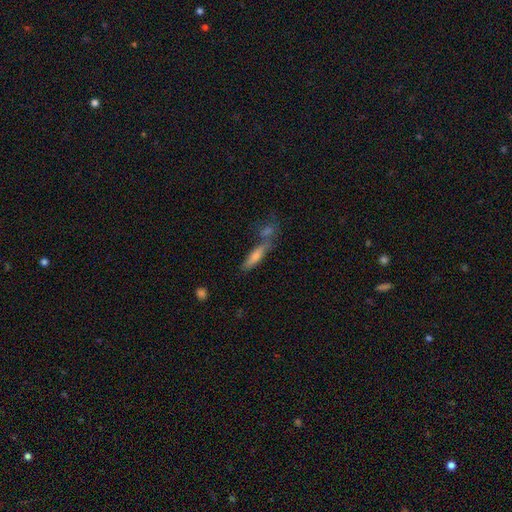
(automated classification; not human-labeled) A smooth galaxy with no disk features (59%) that is cigar-shaped (76%). Merging: none (52%).